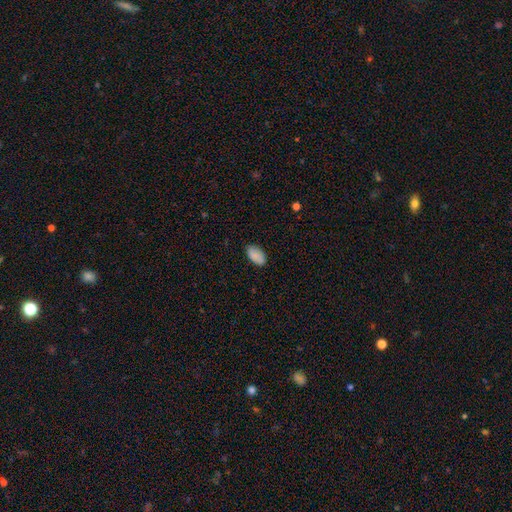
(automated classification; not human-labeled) The model was most divided on "merging": none: 85%, minor disturbance: 12%, major disturbance: 2%, merger: 1%. More confident: how rounded — in between (95%); smooth or featured — smooth (89%).